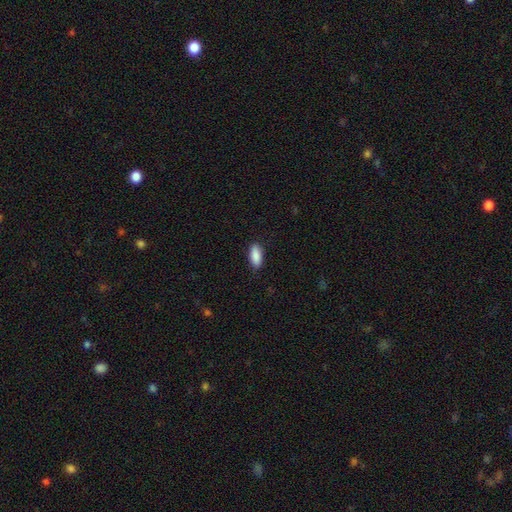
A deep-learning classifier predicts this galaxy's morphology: The model was most divided on "how rounded": in between: 85%, cigar-shaped: 13%, round: 2%. More confident: smooth or featured — smooth (90%); merging — none (88%).